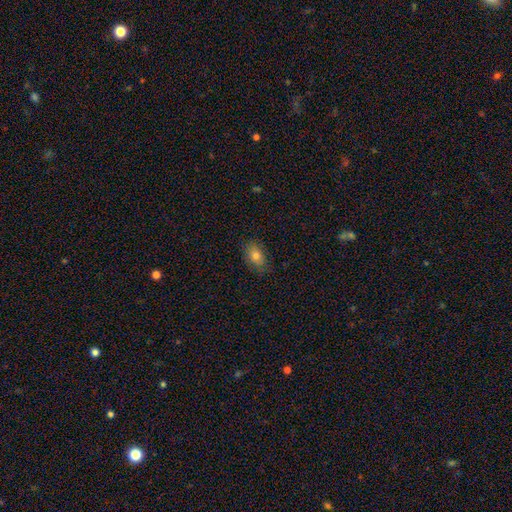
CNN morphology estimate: Smooth or featured: smooth — 78% (featured or disk — 12%)
How rounded: in between — 83% (round — 15%)
Merging: none — 80% (minor disturbance — 16%)